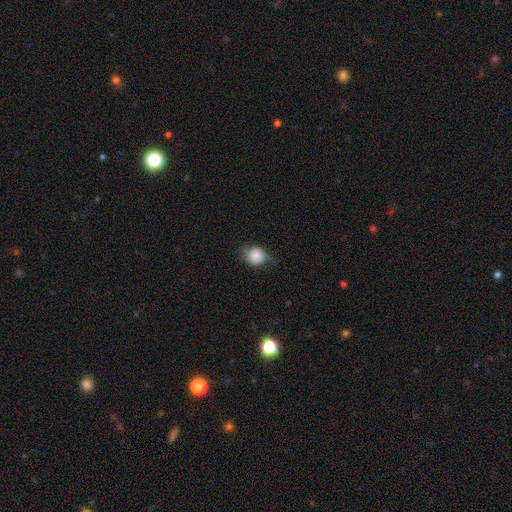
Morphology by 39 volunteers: Overall: smooth (85%). How rounded: round (64%; in between 36%). Merging: none (61%; minor disturbance 25%).